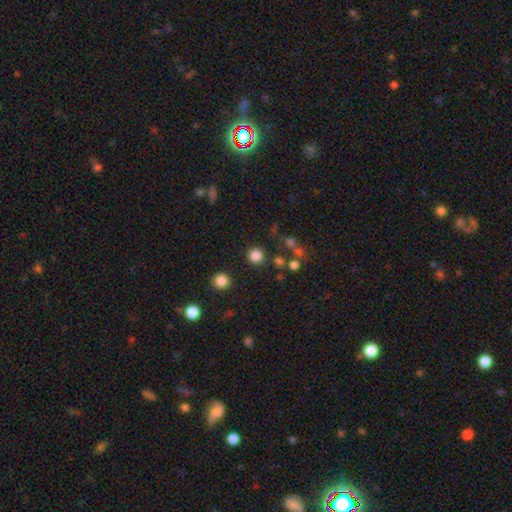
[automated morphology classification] type=smooth (82%); roundness=round (94%); merging=none (87%).